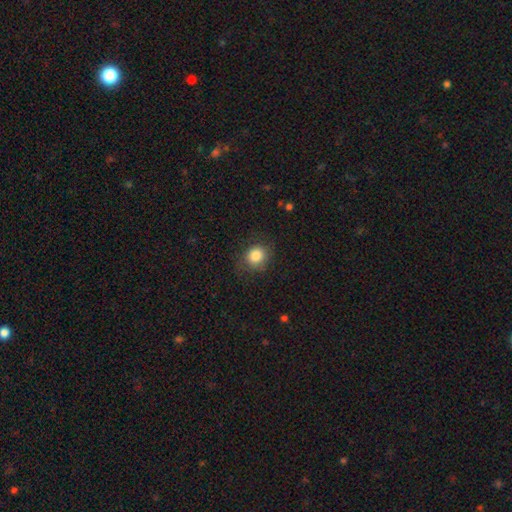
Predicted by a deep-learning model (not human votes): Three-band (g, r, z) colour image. It shows a smooth galaxy with no disk features (84%) that is round (71%). Merging: none (78%).